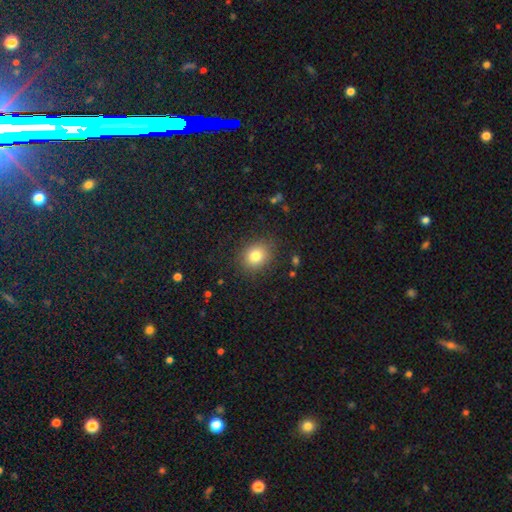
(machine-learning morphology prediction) This is clearly a smooth galaxy (81%). How rounded: likely round (64%). Merging: clearly none (86%).